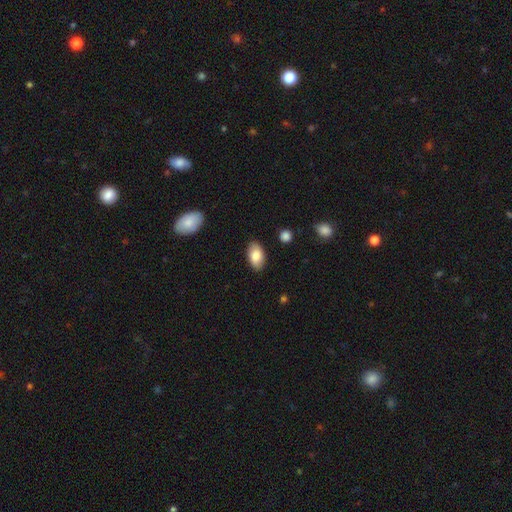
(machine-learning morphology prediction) smooth 83%, featured or disk 11%, star or artifact 6%. Down the decision tree: how rounded — in between (93%); merging — none (87%).